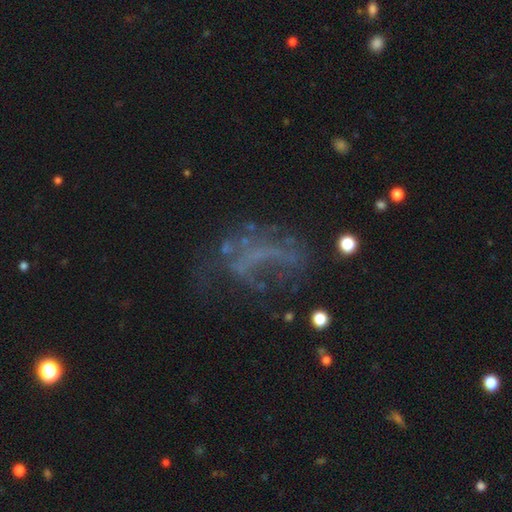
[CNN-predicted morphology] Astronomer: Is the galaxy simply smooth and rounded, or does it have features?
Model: featured or disk — 52% (runner-up: star or artifact, 28%).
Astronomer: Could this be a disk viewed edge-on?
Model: no — 95%.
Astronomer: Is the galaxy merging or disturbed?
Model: major disturbance — 40% (runner-up: none, 37%).